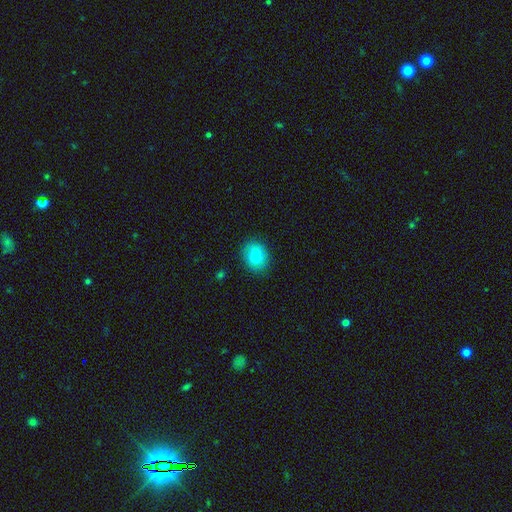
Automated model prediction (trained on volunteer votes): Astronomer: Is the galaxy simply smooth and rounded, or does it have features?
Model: smooth — 81%.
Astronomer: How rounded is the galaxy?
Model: in between — 52% (runner-up: round, 47%).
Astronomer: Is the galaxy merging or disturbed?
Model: none — 87%.